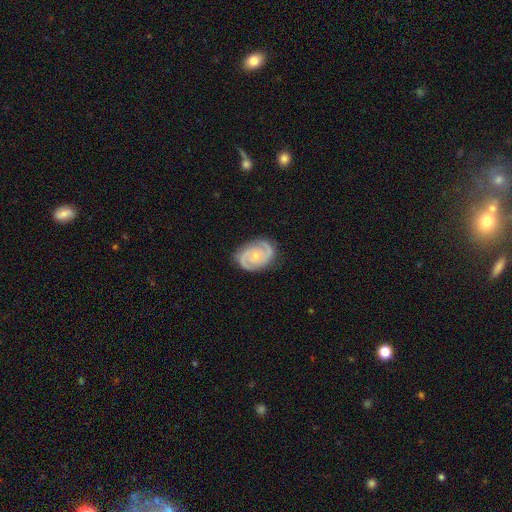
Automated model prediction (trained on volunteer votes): Smooth or featured? featured or disk (87%)
Edge-on disk? no (97%)
Bar? no (69%)
Spiral arms? yes (97%)
Spiral winding? tight (56%)
Spiral arm count? 2 (88%)
Bulge size? small (62%)
Merging? none (84%)